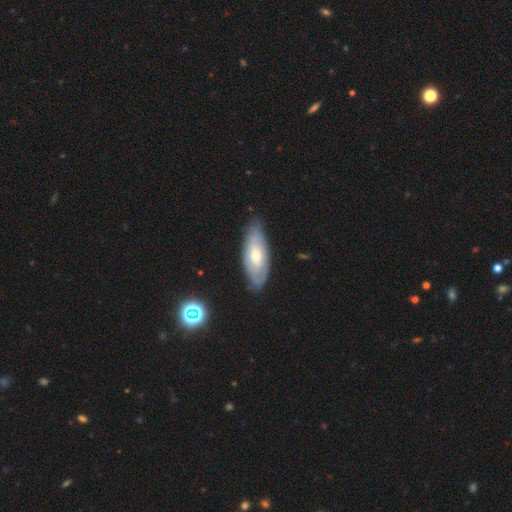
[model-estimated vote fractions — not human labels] This is possibly a featured or disk galaxy (51%). It is likely not viewed edge-on (79%). Merging: likely none (73%).